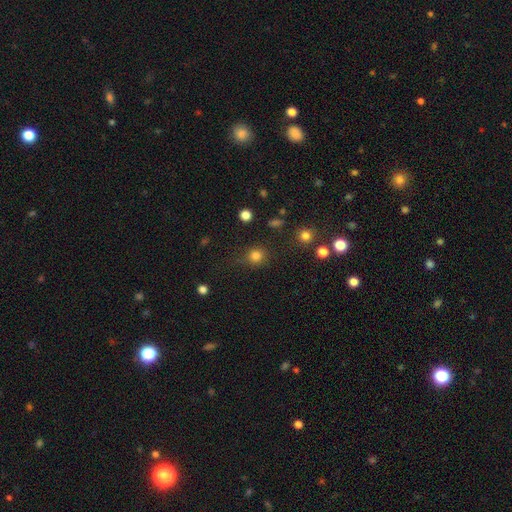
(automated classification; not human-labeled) Morphology: type=smooth (81%); roundness=round (90%); merging=none (80%).